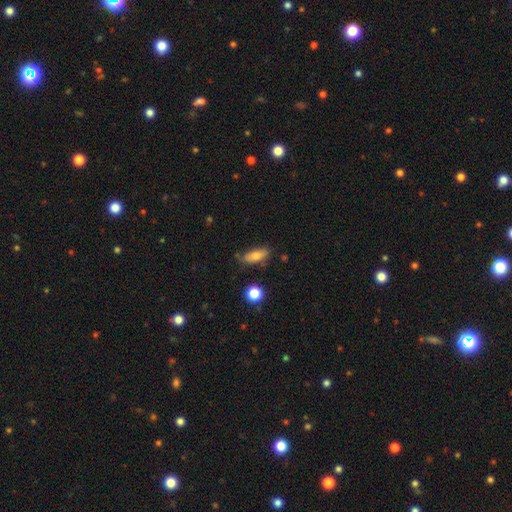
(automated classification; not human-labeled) The model was most divided on "merging": none: 66%, minor disturbance: 24%, major disturbance: 6%, merger: 4%. More confident: how rounded — in between (74%); smooth or featured — smooth (72%).